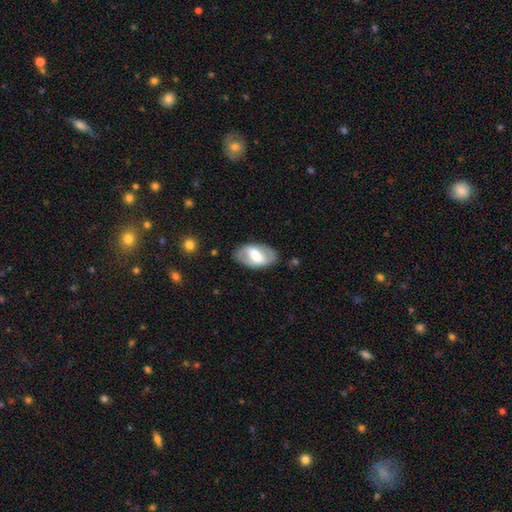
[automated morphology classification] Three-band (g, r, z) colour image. It shows a featured or disk galaxy (57%) with a strong bar (47%), no spiral arms (51%) and a moderate central bulge (55%). Merging: none (81%).